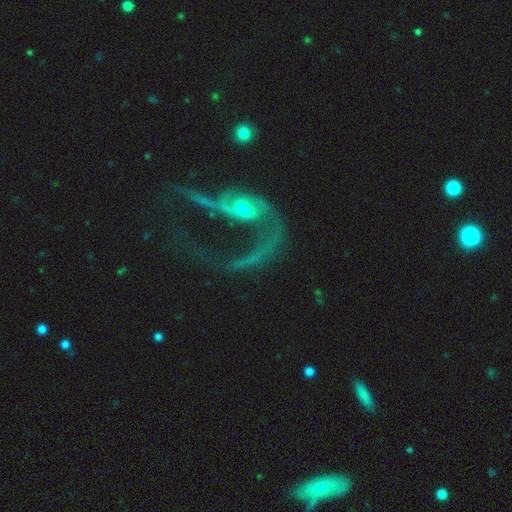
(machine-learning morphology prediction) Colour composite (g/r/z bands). It shows a featured or disk galaxy (80%) with no bar (58%), 2 (47%) loose (70%) spiral arms (81%) and a small central bulge (53%). Merging: major disturbance (55%).